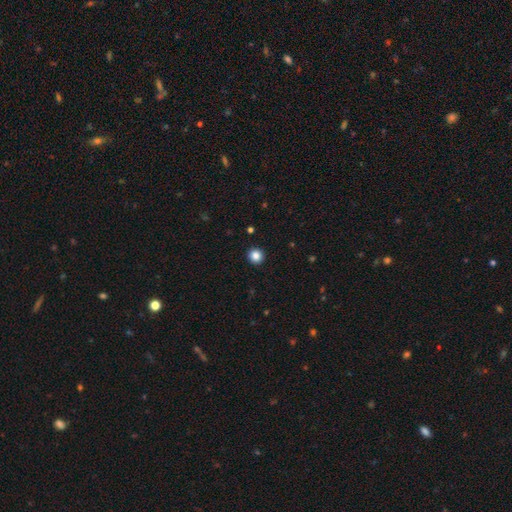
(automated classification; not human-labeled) This appears to be a smooth galaxy with no disk features (86%) that is round (94%). Merging: none (93%).